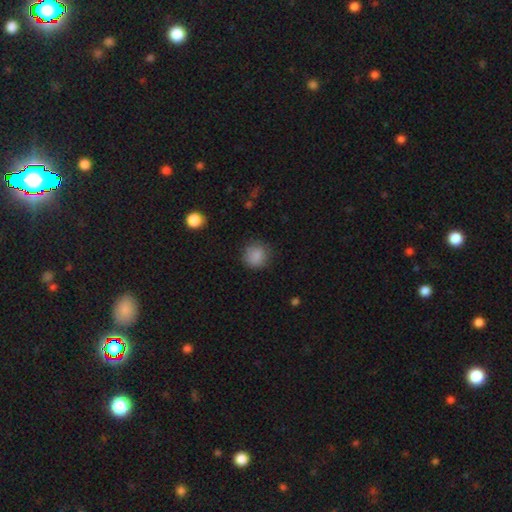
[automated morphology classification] The model was most divided on "merging": none: 83%, minor disturbance: 12%, major disturbance: 3%, merger: 1%. More confident: how rounded — round (89%); smooth or featured — smooth (86%).